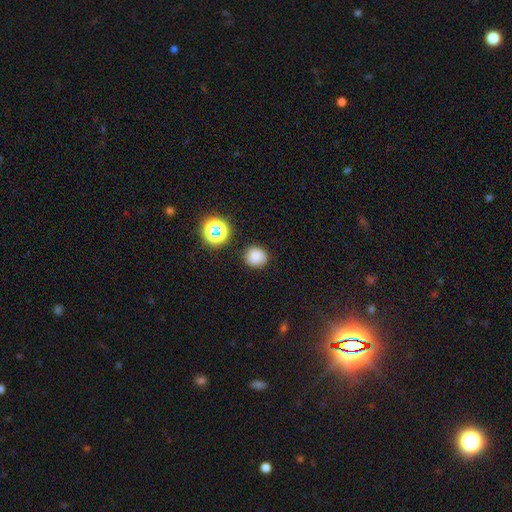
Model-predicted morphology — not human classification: Smooth or featured?
  - smooth: 78% *
  - star or artifact: 14%
  - featured or disk: 8%
How rounded?
  - round: 85% *
  - in between: 14%
  - cigar-shaped: 1%
Merging?
  - none: 84% *
  - minor disturbance: 11%
  - major disturbance: 3%
  - merger: 3%